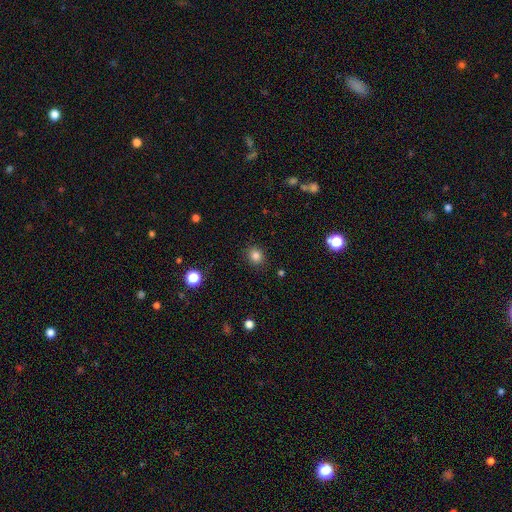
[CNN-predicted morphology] Smooth or featured? smooth (82%)
How rounded? round (80%)
Merging? none (89%)